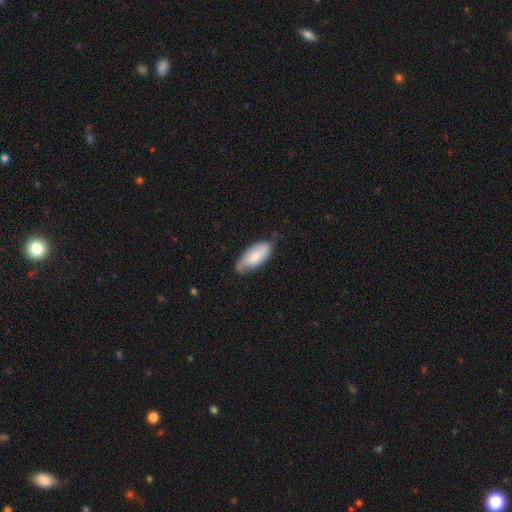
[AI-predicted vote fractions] smooth-or-featured: smooth: 68% | featured or disk: 26% | star or artifact: 6%
  how-rounded: in between: 85% | cigar-shaped: 13% | round: 2%
  merging: none: 61% | minor disturbance: 32% | major disturbance: 6% | merger: 2%